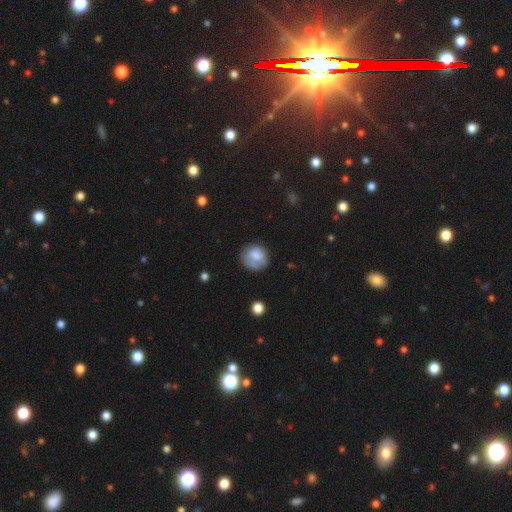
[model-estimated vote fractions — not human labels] A smooth galaxy with no disk features (75%) that is round (81%). Merging: none (64%).